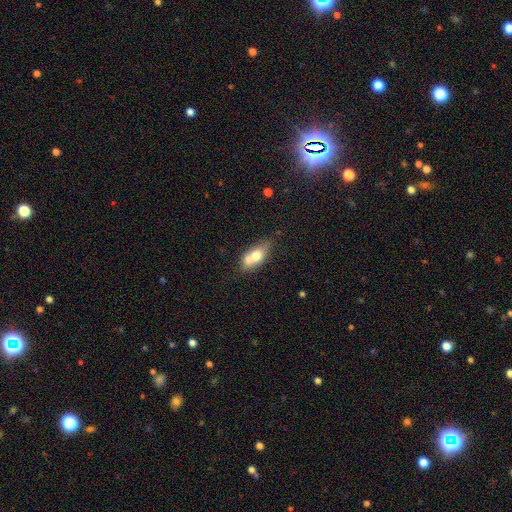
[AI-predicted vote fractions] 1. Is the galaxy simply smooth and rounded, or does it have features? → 64% smooth, 28% featured or disk, 8% star or artifact.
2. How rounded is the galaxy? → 78% in between, 11% cigar-shaped, 11% round.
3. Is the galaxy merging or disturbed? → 40% merger, 38% none, 16% minor disturbance, 6% major disturbance.